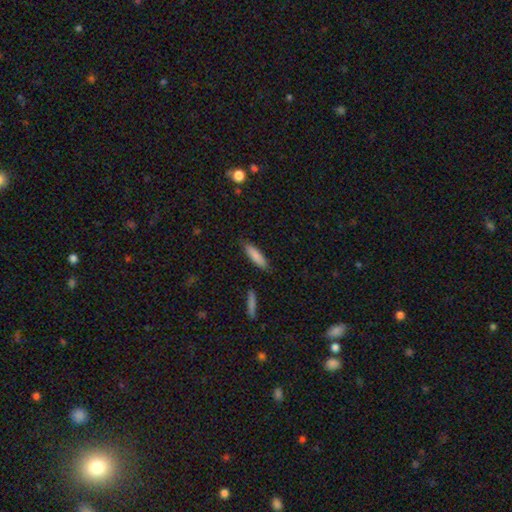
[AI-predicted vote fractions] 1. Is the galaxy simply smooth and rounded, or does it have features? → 85% smooth, 9% featured or disk, 6% star or artifact.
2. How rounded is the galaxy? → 66% cigar-shaped, 32% in between, 1% round.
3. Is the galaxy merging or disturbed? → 86% none, 10% minor disturbance, 2% merger, 2% major disturbance.